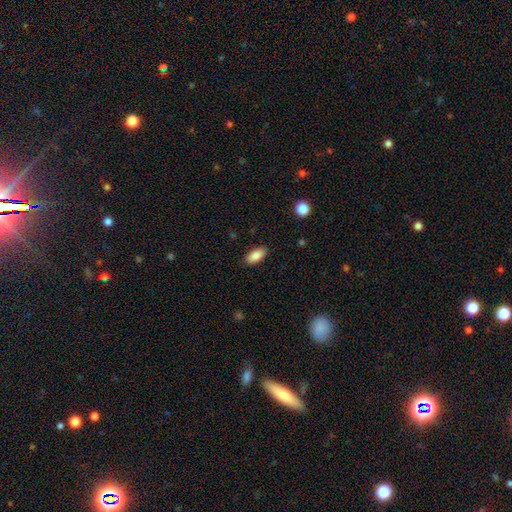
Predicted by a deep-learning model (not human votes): smooth_or_featured: smooth (p=0.86) [alt: star or artifact p=0.07]
how_rounded: in between (p=0.89) [alt: cigar-shaped p=0.09]
merging: none (p=0.89) [alt: minor disturbance p=0.08]